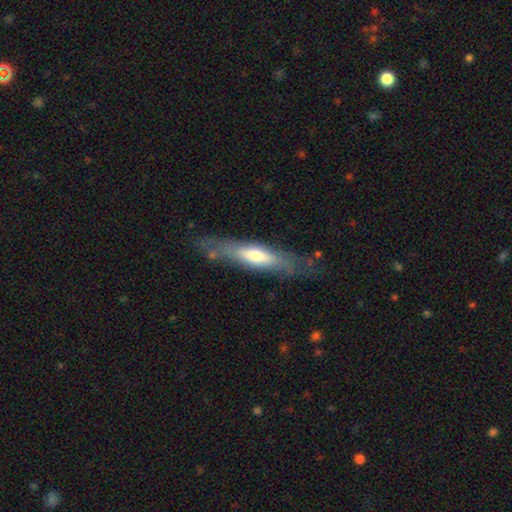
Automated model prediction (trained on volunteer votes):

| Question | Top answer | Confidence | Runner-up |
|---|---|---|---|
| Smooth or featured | featured or disk | 48% | smooth (46%) |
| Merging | none | 71% | minor disturbance (19%) |